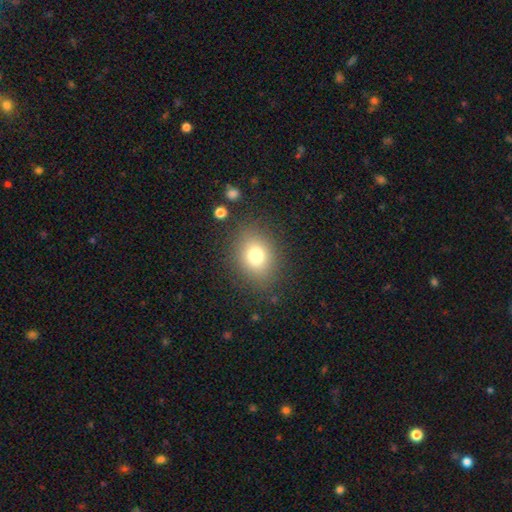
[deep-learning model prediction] The model was most divided on "how rounded": in between: 50%, round: 49%, cigar-shaped: 1%. More confident: merging — none (84%); smooth or featured — smooth (76%).